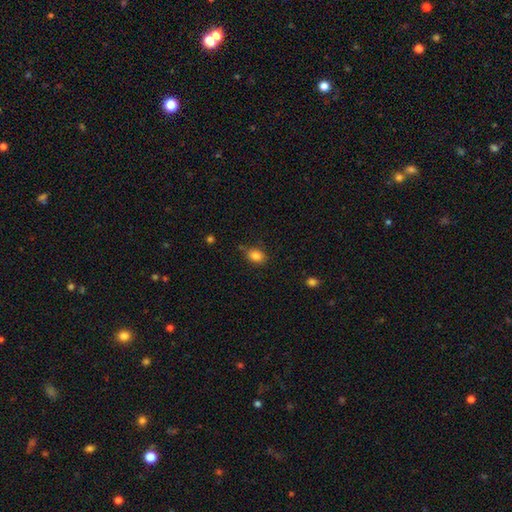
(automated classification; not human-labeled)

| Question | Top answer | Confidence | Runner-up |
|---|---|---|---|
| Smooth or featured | smooth | 84% | star or artifact (10%) |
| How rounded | in between | 60% | round (39%) |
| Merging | none | 77% | minor disturbance (16%) |